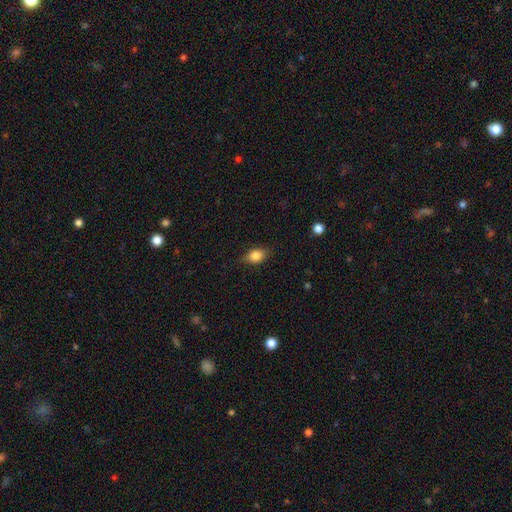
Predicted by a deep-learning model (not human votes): smooth_or_featured: smooth (p=0.81) [alt: featured or disk p=0.10]
how_rounded: in between (p=0.74) [alt: round p=0.23]
merging: none (p=0.81) [alt: minor disturbance p=0.15]